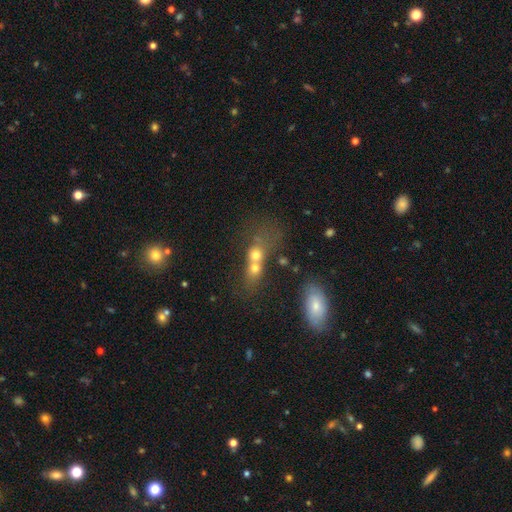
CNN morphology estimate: The model was most divided on "how rounded": round: 54%, in between: 39%, cigar-shaped: 7%. More confident: merging — merger (67%); smooth or featured — smooth (61%).